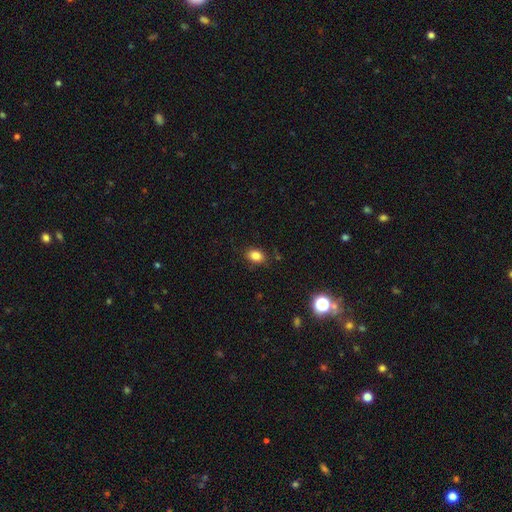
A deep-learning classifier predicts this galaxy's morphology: smooth-or-featured: smooth: 83% | star or artifact: 11% | featured or disk: 6%
  how-rounded: in between: 73% | round: 25% | cigar-shaped: 1%
  merging: none: 83% | minor disturbance: 12% | major disturbance: 3% | merger: 2%